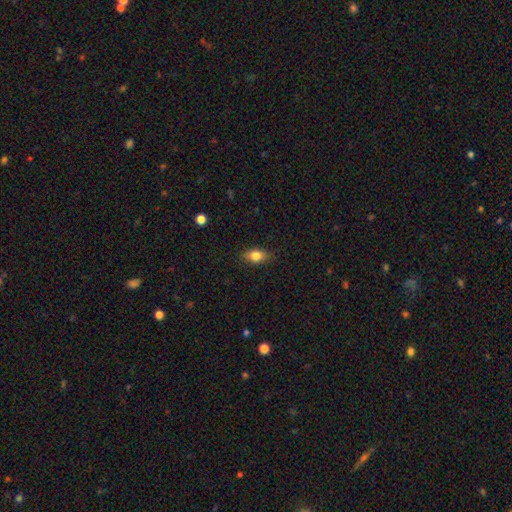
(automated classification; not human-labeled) smooth_or_featured: smooth (p=0.78) [alt: featured or disk p=0.14]
how_rounded: in between (p=0.81) [alt: round p=0.10]
merging: none (p=0.85) [alt: minor disturbance p=0.12]